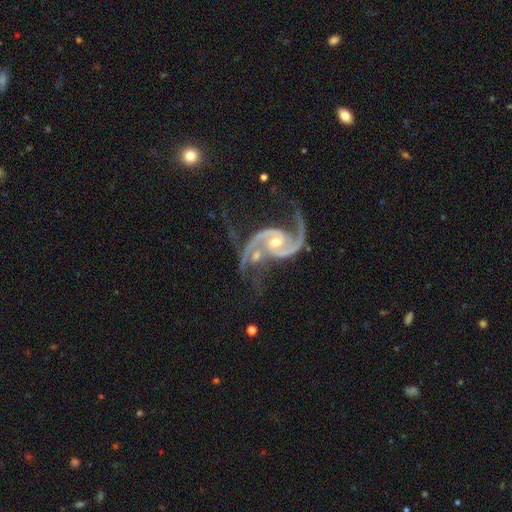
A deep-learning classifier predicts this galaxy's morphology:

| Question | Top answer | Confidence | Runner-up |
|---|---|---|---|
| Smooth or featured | featured or disk | 93% | star or artifact (5%) |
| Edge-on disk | no | 98% | yes (2%) |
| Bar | no | 50% | weak (36%) |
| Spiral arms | yes | 98% | no (2%) |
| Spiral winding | medium | 50% | loose (36%) |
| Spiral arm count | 2 | 92% | 3 (2%) |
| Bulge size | moderate | 51% | small (44%) |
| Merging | none | 44% | merger (24%) |